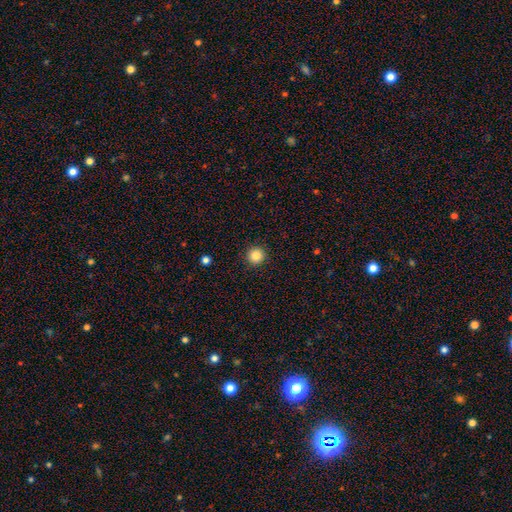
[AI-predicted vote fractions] smooth-or-featured: smooth: 85% | star or artifact: 11% | featured or disk: 5%
  how-rounded: round: 94% | in between: 5% | cigar-shaped: 1%
  merging: none: 92% | minor disturbance: 5% | major disturbance: 2% | merger: 1%